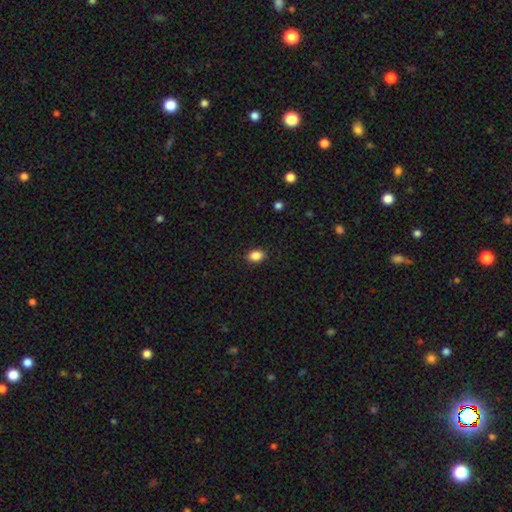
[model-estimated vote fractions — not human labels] smooth 87%, star or artifact 9%, featured or disk 4%. Down the decision tree: how rounded — in between (76%); merging — none (88%).